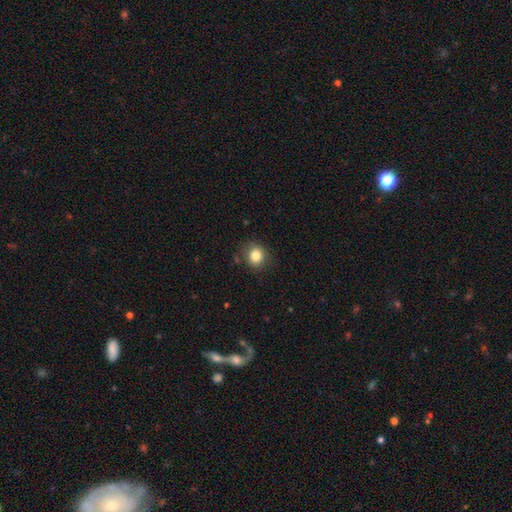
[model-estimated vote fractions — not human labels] Smooth or featured?
  - smooth: 82% *
  - star or artifact: 11%
  - featured or disk: 7%
How rounded?
  - round: 76% *
  - in between: 24%
  - cigar-shaped: 1%
Merging?
  - none: 81% *
  - minor disturbance: 14%
  - major disturbance: 4%
  - merger: 2%